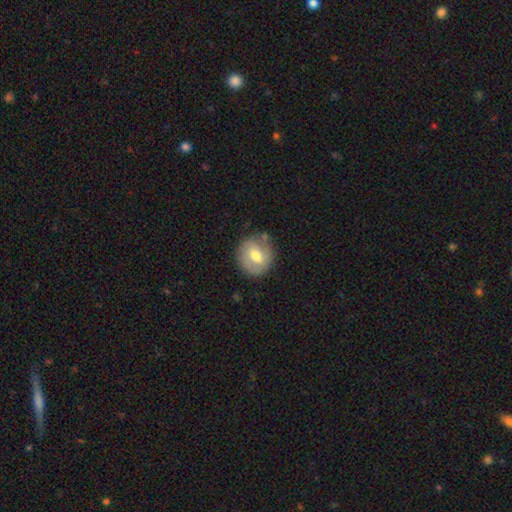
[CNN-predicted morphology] A smooth galaxy with no disk features (56%) that is round (83%).

Vote fractions:
- Smooth or featured? smooth: 56% / featured or disk: 37% / star or artifact: 7%
- How rounded? round: 83% / in between: 16% / cigar-shaped: 1%
- Merging? none: 74% / minor disturbance: 19% / major disturbance: 5% / merger: 3%